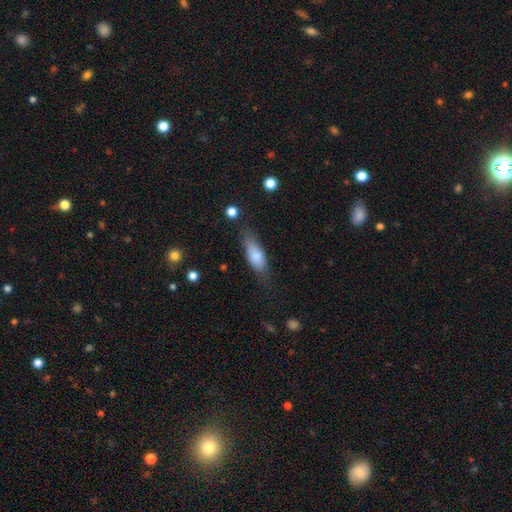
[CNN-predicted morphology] A smooth galaxy with no disk features (77%) that is in between round and cigar-shaped (67%).

Vote fractions:
- Smooth or featured? smooth: 77% / featured or disk: 16% / star or artifact: 7%
- How rounded? in between: 67% / cigar-shaped: 31% / round: 3%
- Merging? none: 62% / minor disturbance: 26% / major disturbance: 9% / merger: 3%